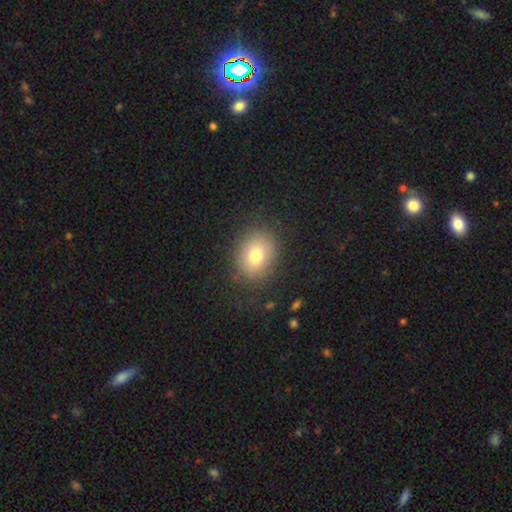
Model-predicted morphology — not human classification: Smooth or featured? smooth (76%)
How rounded? round (56%)
Merging? none (84%)